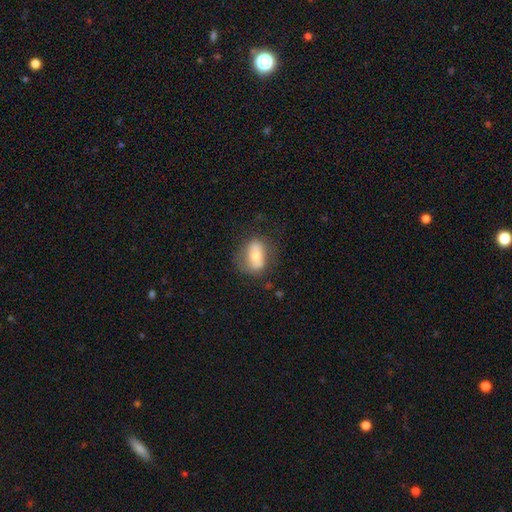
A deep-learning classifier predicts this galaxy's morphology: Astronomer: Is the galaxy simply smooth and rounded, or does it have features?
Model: smooth — 60%.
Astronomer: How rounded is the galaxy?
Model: in between — 80%.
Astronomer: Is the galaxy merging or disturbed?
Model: none — 69%.